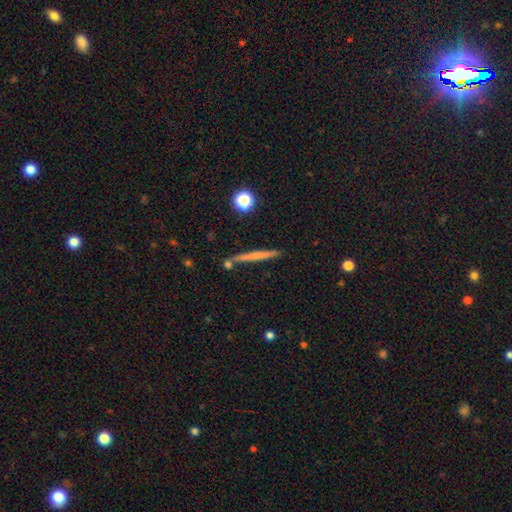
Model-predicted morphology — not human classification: smooth_or_featured: smooth (p=0.50) [alt: featured or disk p=0.42]
how_rounded: cigar-shaped (p=0.95) [alt: in between p=0.03]
merging: none (p=0.82) [alt: minor disturbance p=0.09]